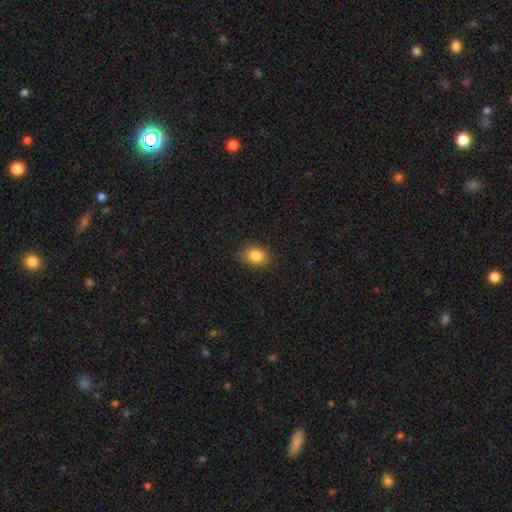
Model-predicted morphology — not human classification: This is clearly a smooth galaxy (86%). How rounded: likely in between (71%). Merging: clearly none (85%).